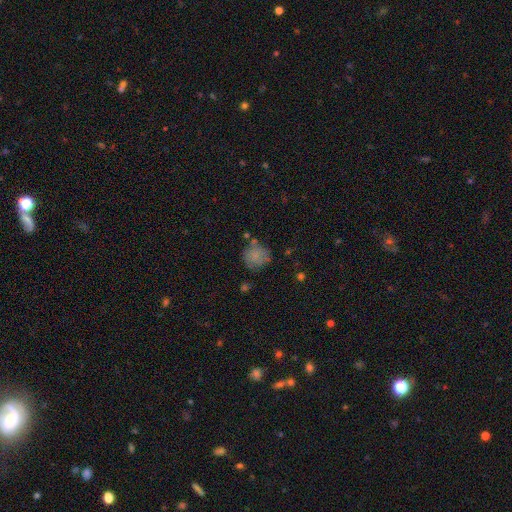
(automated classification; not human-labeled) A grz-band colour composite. It shows a smooth galaxy with no disk features (70%) that is round (83%). Merging: none (60%).